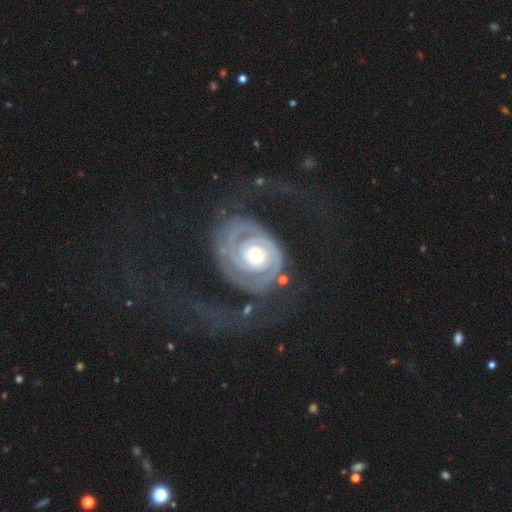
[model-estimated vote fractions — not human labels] Smooth or featured: featured or disk — 89% (smooth — 6%)
Edge-on disk: no — 97% (yes — 3%)
Bar: no — 76% (weak — 17%)
Spiral arms: yes — 95% (no — 5%)
Spiral winding: tight — 79% (medium — 15%)
Spiral arm count: 2 — 52% (1 — 17%)
Bulge size: moderate — 67% (small — 24%)
Merging: none — 58% (major disturbance — 22%)